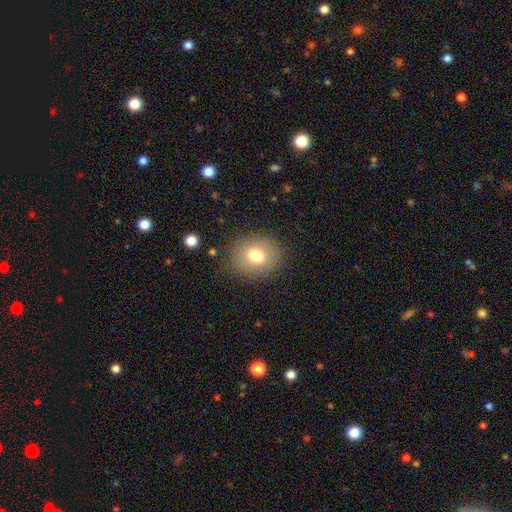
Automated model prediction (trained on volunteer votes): Smooth or featured: smooth — 75% (featured or disk — 14%)
How rounded: round — 68% (in between — 31%)
Merging: none — 84% (minor disturbance — 11%)